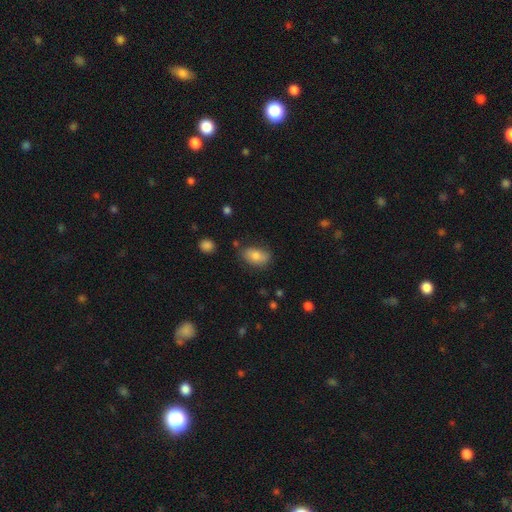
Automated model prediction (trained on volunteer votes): A smooth galaxy with no disk features (79%) that is in between round and cigar-shaped (89%). Merging: none (71%).